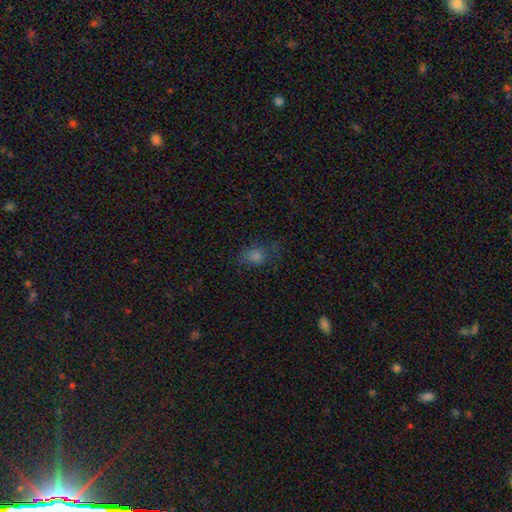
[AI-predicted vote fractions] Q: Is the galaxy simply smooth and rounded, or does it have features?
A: smooth — 64%.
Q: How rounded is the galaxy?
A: in between — 63%.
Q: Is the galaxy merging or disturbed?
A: none — 67%.